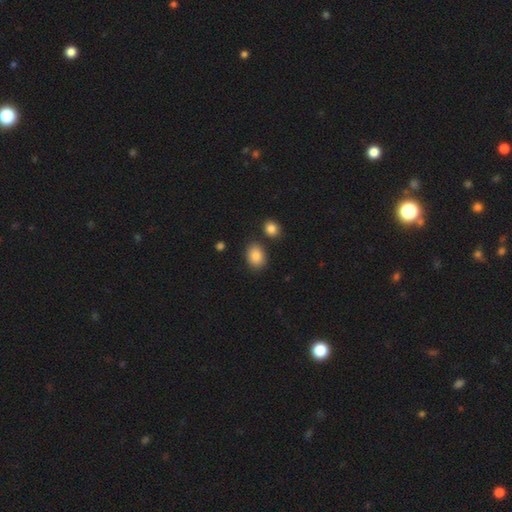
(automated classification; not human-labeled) This appears to be a smooth galaxy with no disk features (88%) that is in between round and cigar-shaped (68%). Merging: none (81%).